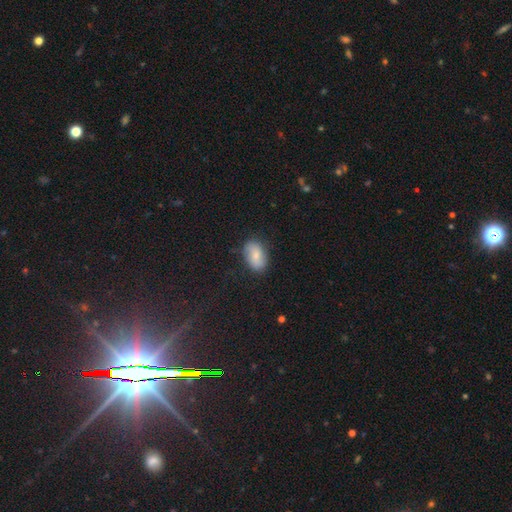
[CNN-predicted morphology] smooth-or-featured: smooth: 70% | featured or disk: 23% | star or artifact: 7%
  how-rounded: in between: 90% | round: 8% | cigar-shaped: 2%
  merging: none: 79% | minor disturbance: 16% | major disturbance: 4% | merger: 1%